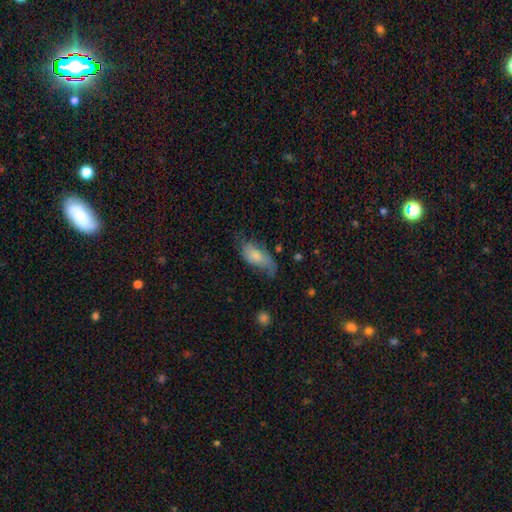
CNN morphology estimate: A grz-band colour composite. It shows a smooth galaxy with no disk features (63%) that is in between round and cigar-shaped (86%). Merging: none (42%).